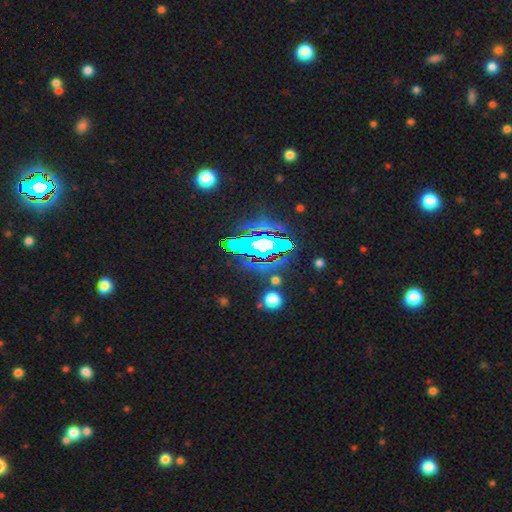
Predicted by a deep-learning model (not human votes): Overall: star or artifact (69%).